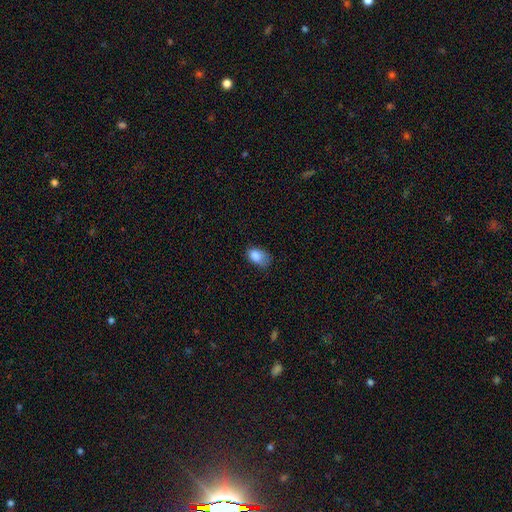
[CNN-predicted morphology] A smooth galaxy with no disk features (84%) that is in between round and cigar-shaped (83%).

Vote fractions:
- Smooth or featured? smooth: 84% / star or artifact: 9% / featured or disk: 7%
- How rounded? in between: 83% / round: 16% / cigar-shaped: 1%
- Merging? none: 45% / minor disturbance: 38% / major disturbance: 15% / merger: 2%